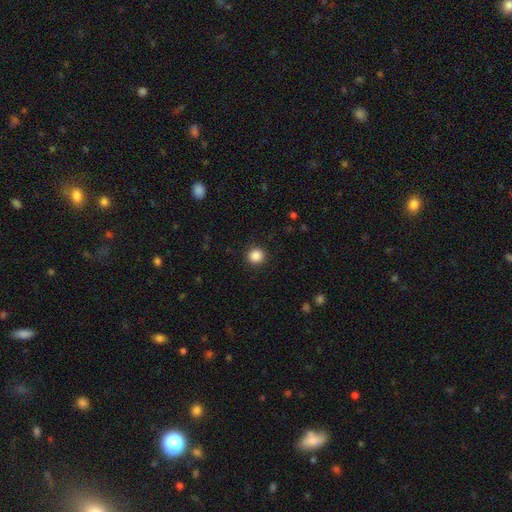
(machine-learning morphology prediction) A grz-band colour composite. It shows a smooth galaxy with no disk features (87%) that is round (93%). Merging: none (92%).